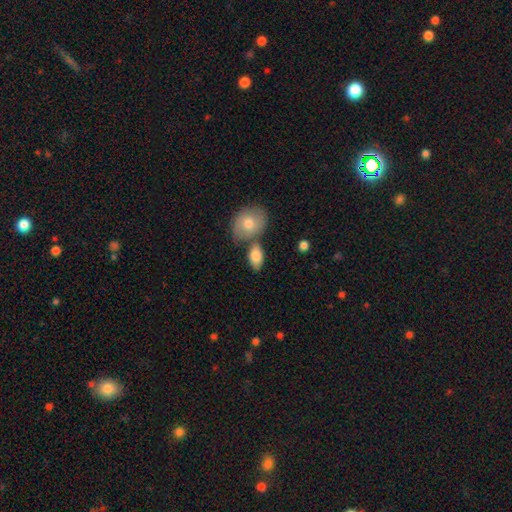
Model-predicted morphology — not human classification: Smooth or featured?
  - smooth: 82% *
  - featured or disk: 13%
  - star or artifact: 6%
How rounded?
  - in between: 91% *
  - round: 7%
  - cigar-shaped: 2%
Merging?
  - none: 56% *
  - merger: 27%
  - minor disturbance: 13%
  - major disturbance: 4%